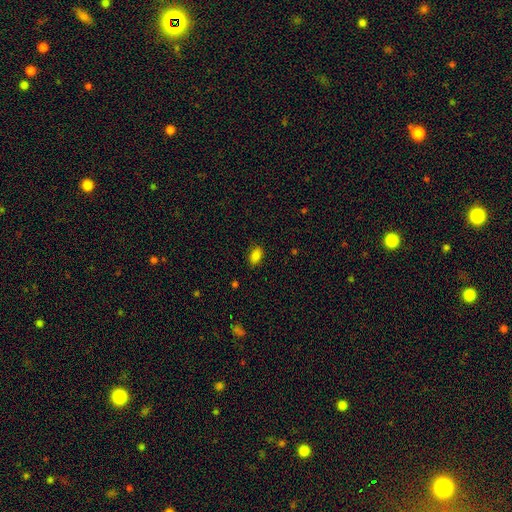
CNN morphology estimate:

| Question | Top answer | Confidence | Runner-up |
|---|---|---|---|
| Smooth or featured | smooth | 85% | star or artifact (11%) |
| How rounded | in between | 89% | round (9%) |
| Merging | none | 84% | minor disturbance (12%) |